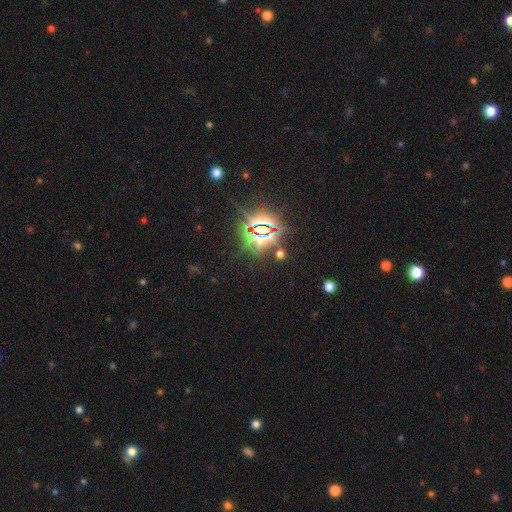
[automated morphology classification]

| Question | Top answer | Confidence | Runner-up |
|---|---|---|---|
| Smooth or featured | star or artifact | 83% | smooth (11%) |